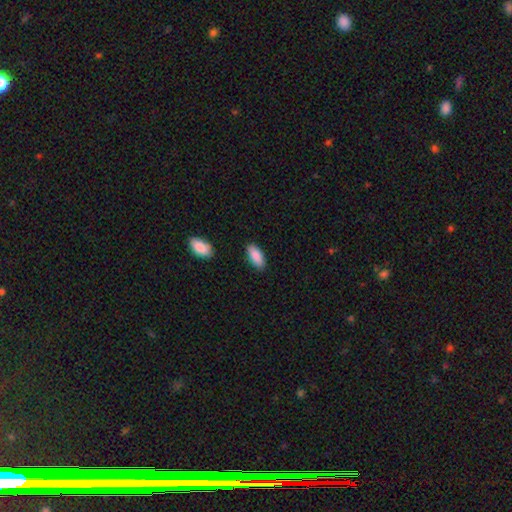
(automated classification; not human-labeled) smooth 89%, star or artifact 6%, featured or disk 5%. Down the decision tree: how rounded — in between (88%); merging — none (85%).